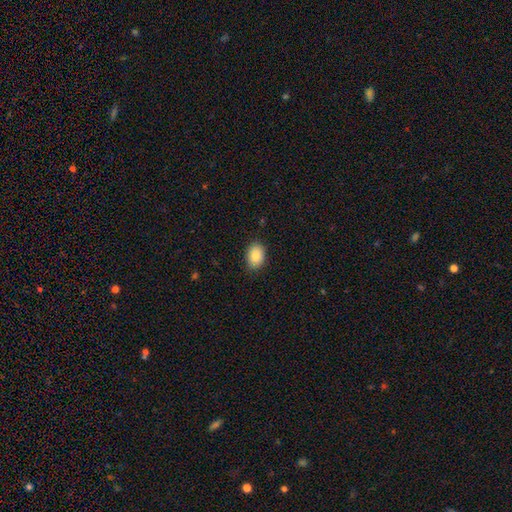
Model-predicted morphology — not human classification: smooth-or-featured: smooth: 86% | star or artifact: 8% | featured or disk: 6%
  how-rounded: in between: 78% | round: 21% | cigar-shaped: 1%
  merging: none: 85% | minor disturbance: 12% | major disturbance: 2% | merger: 1%